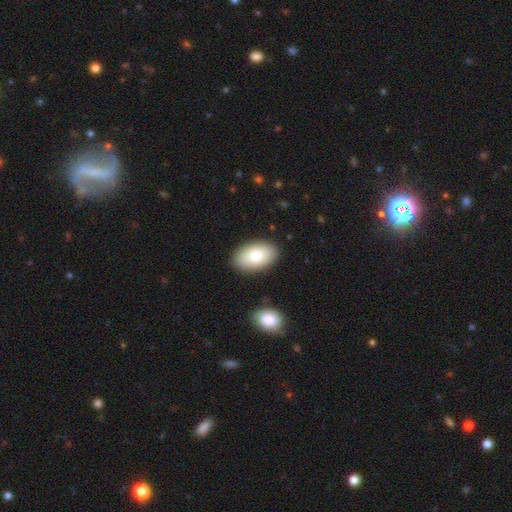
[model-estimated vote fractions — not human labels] Smooth or featured?
  - smooth: 81% *
  - featured or disk: 12%
  - star or artifact: 6%
How rounded?
  - in between: 94% *
  - round: 5%
  - cigar-shaped: 1%
Merging?
  - none: 87% *
  - minor disturbance: 9%
  - merger: 2%
  - major disturbance: 2%